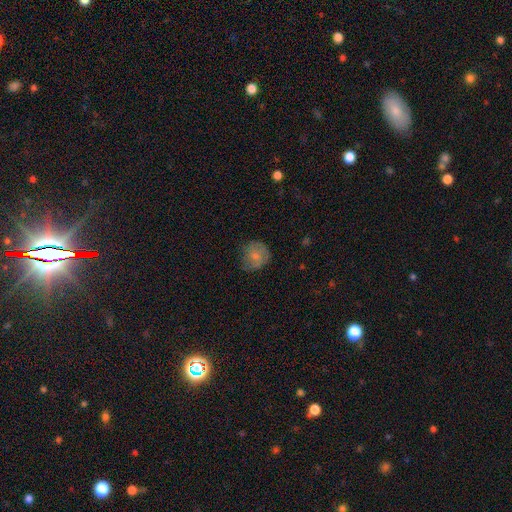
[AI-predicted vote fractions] smooth 72%, featured or disk 19%, star or artifact 8%. Down the decision tree: how rounded — round (83%); merging — none (66%).